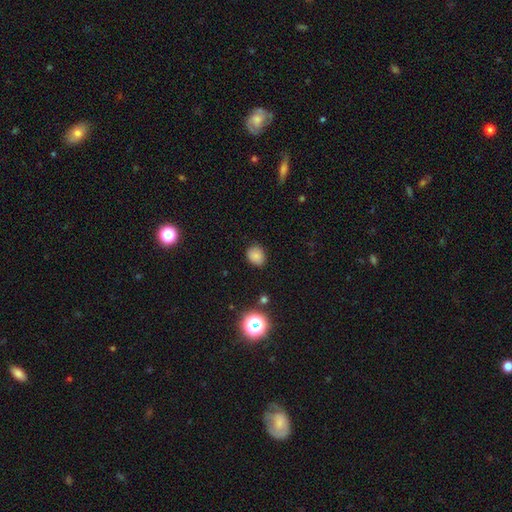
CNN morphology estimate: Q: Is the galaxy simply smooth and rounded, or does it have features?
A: smooth — 80%.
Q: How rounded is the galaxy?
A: round — 55%.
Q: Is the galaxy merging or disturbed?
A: none — 83%.